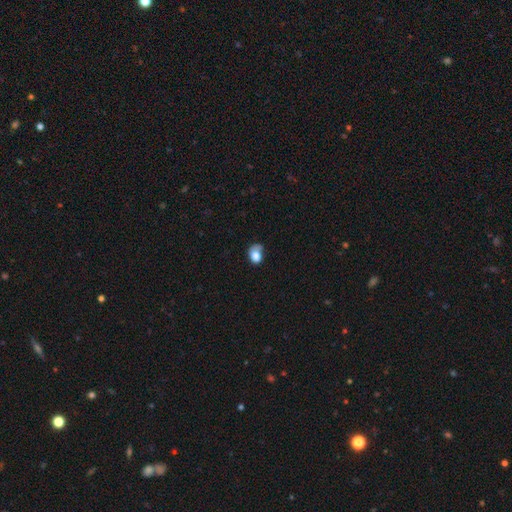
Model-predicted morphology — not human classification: Overall: smooth (76%). How rounded: in between (60%; round 39%). Merging: minor disturbance (34%; none 33%).